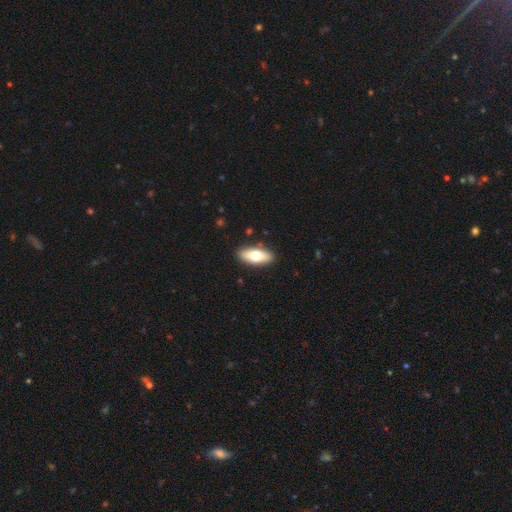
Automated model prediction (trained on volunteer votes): This appears to be a smooth galaxy with no disk features (67%) that is in between round and cigar-shaped (79%). Merging: none (88%).